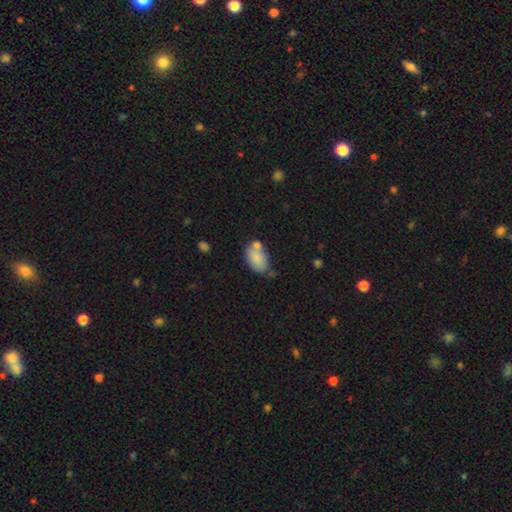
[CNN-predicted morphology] Smooth or featured: smooth — 82% (featured or disk — 10%)
How rounded: in between — 91% (round — 8%)
Merging: none — 52% (merger — 21%)